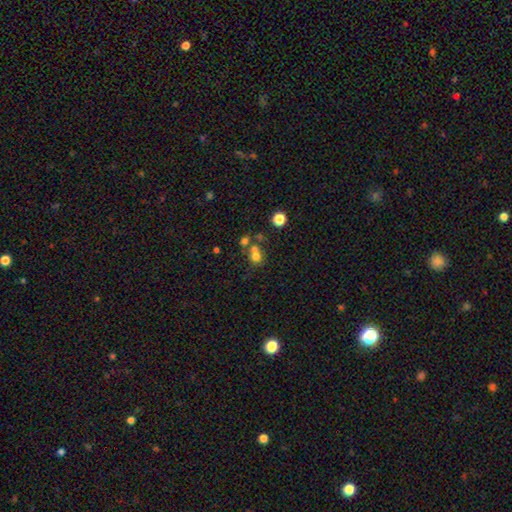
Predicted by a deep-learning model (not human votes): Q: Smooth or featured?
A: smooth (68%); runner-up: star or artifact (17%)
Q: How rounded?
A: round (78%); runner-up: in between (21%)
Q: Merging?
A: none (44%); runner-up: merger (43%)